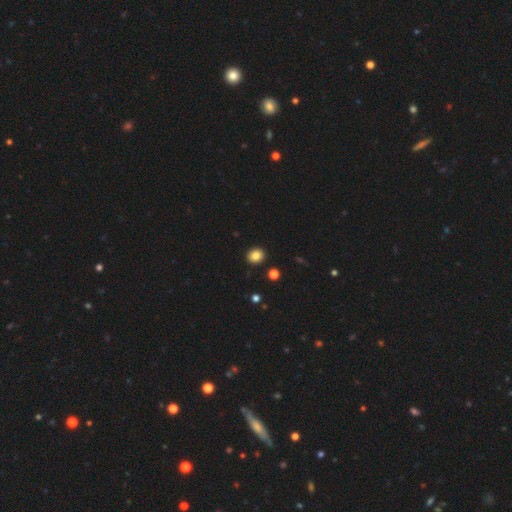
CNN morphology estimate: smooth-or-featured: smooth: 85% | star or artifact: 11% | featured or disk: 5%
  how-rounded: round: 73% | in between: 26% | cigar-shaped: 1%
  merging: none: 91% | minor disturbance: 6% | merger: 2% | major disturbance: 2%